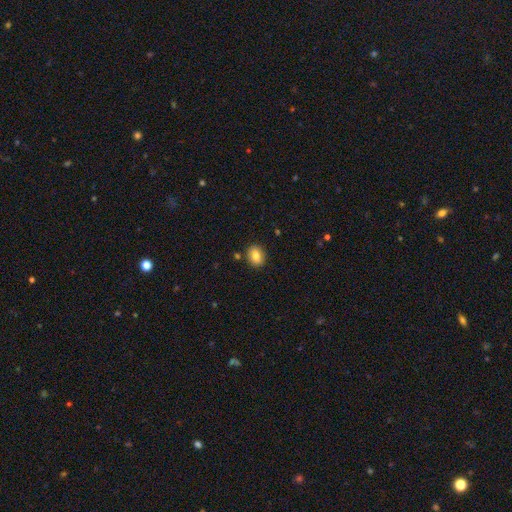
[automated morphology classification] smooth 82%, featured or disk 9%, star or artifact 9%. Down the decision tree: how rounded — in between (55%); merging — none (87%).